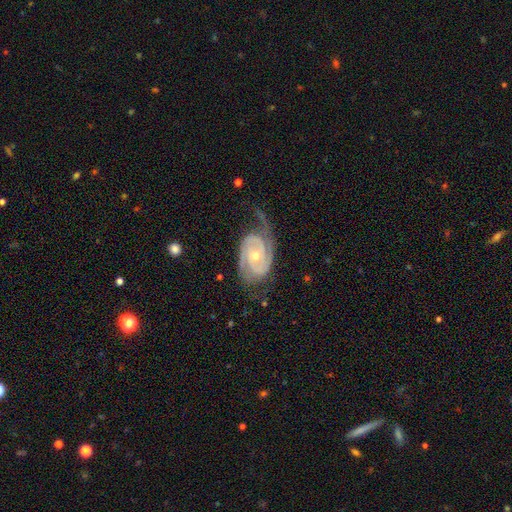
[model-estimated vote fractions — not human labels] smooth-or-featured: featured or disk: 92% | star or artifact: 4% | smooth: 3%
  disk-edge-on: no: 97% | yes: 3%
    bar: no: 65% | weak: 26% | strong: 10%
    has-spiral-arms: yes: 98% | no: 2%
      spiral-winding: tight: 63% | medium: 31% | loose: 6%
      spiral-arm-count: 2: 79% | 3: 9% | can't tell: 5% | 1: 3% | 4: 2% | more than 4: 2%
    bulge-size: small: 52% | moderate: 46% | large: 1% | none: 1% | dominant: 1%
  merging: none: 64% | minor disturbance: 22% | major disturbance: 13% | merger: 2%